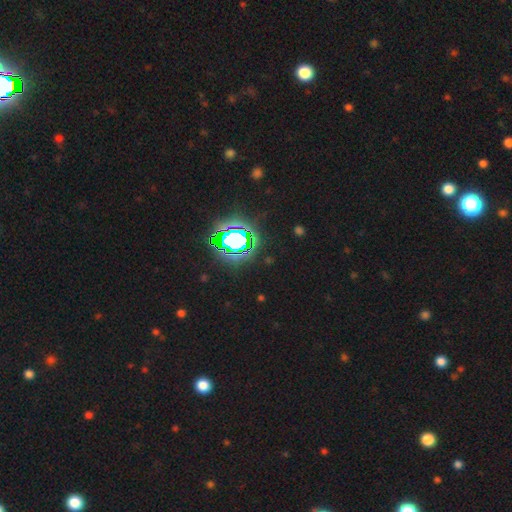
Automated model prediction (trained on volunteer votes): smooth_or_featured: star or artifact (p=0.83) [alt: smooth p=0.11]